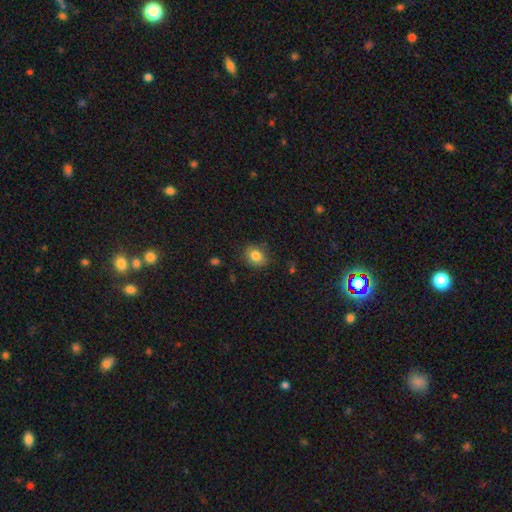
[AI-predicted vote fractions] This appears to be a smooth galaxy with no disk features (82%) that is round (57%). Merging: none (82%).